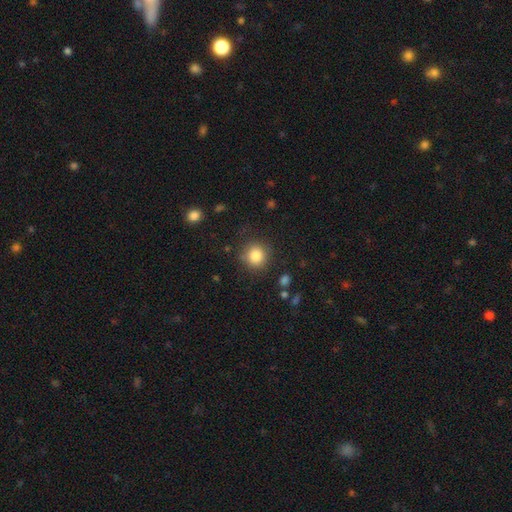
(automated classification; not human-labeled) Smooth or featured: smooth — 83% (star or artifact — 11%)
How rounded: round — 91% (in between — 8%)
Merging: none — 85% (minor disturbance — 10%)